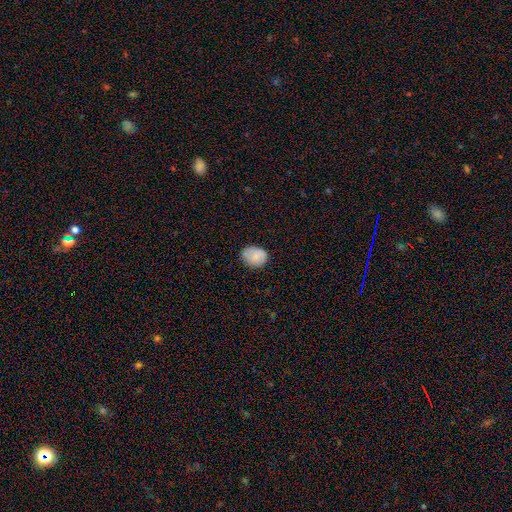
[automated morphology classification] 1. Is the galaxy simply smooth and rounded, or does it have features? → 83% smooth, 10% featured or disk, 8% star or artifact.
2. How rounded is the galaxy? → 56% in between, 43% round, 1% cigar-shaped.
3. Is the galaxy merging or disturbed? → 74% none, 21% minor disturbance, 4% major disturbance, 1% merger.